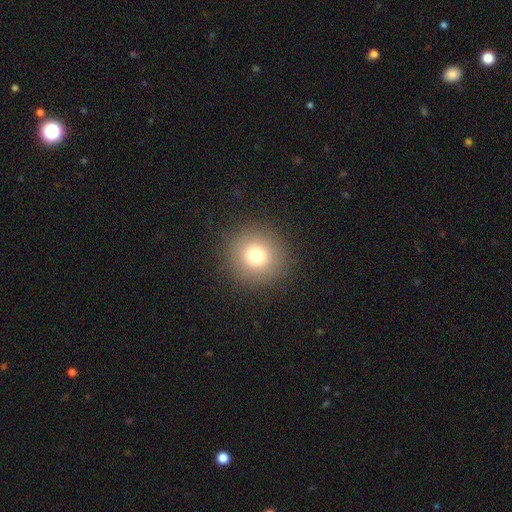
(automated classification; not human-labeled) The model was most divided on "smooth or featured": smooth: 77%, star or artifact: 14%, featured or disk: 9%. More confident: how rounded — round (95%); merging — none (90%).